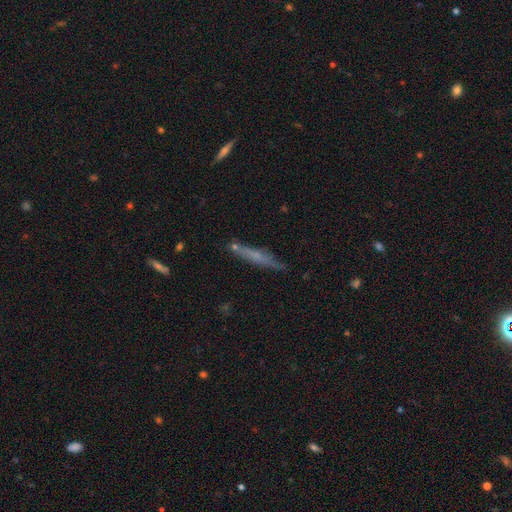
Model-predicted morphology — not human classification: smooth 46%, featured or disk 45%, star or artifact 9%. Down the decision tree: merging — none (79%).